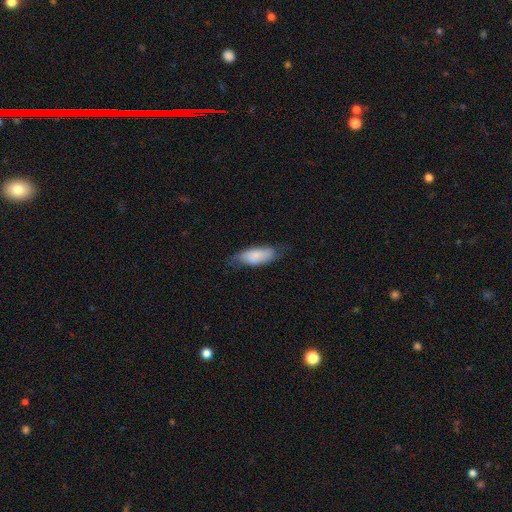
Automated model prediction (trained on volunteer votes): Smooth or featured? Predicted: smooth (p=0.80). How rounded? Predicted: in between (p=0.78). Merging? Predicted: none (p=0.65).